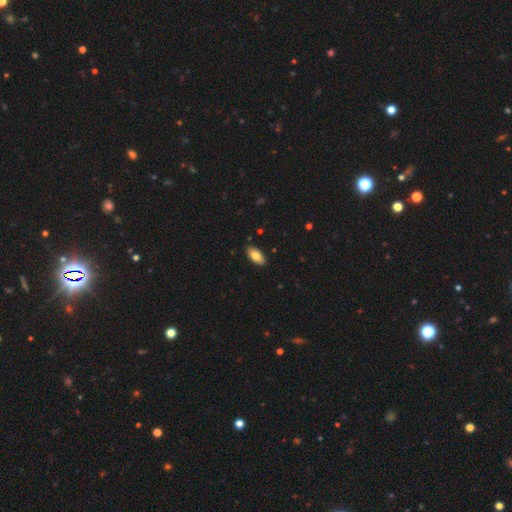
Smooth or featured: smooth — 88% (featured or disk — 10%)
How rounded: in between — 97% (cigar-shaped — 3%)
Merging: none — 90% (minor disturbance — 5%)